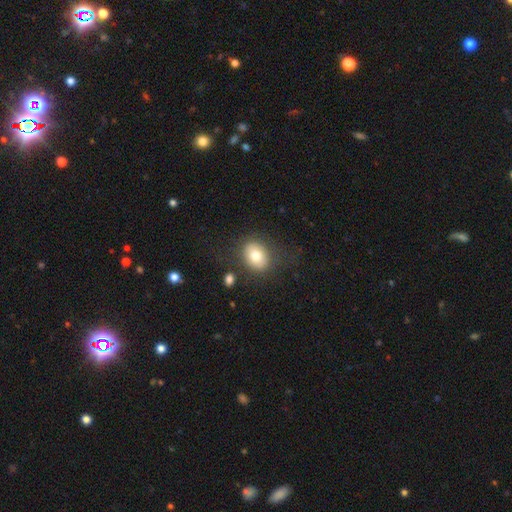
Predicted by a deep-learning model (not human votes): The model was most divided on "how rounded": in between: 53%, round: 46%, cigar-shaped: 1%. More confident: merging — none (77%); smooth or featured — smooth (75%).